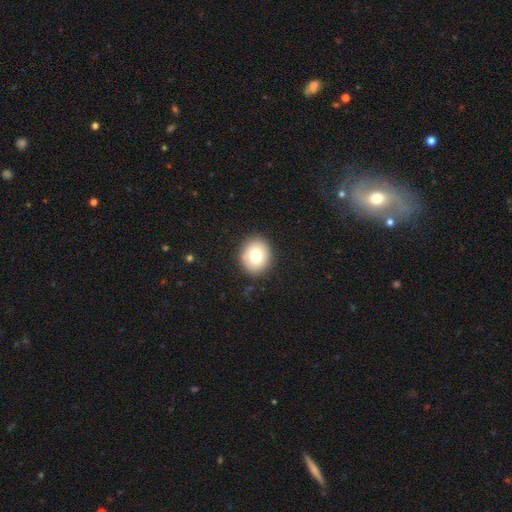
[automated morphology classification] Smooth or featured? Predicted: smooth (p=0.78). How rounded? Predicted: round (p=0.69). Merging? Predicted: none (p=0.88).